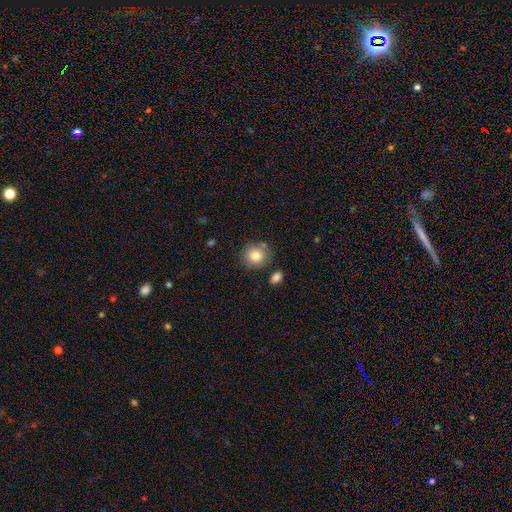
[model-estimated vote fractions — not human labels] smooth_or_featured: smooth (p=0.82) [alt: featured or disk p=0.09]
how_rounded: round (p=0.84) [alt: in between p=0.15]
merging: none (p=0.77) [alt: minor disturbance p=0.13]